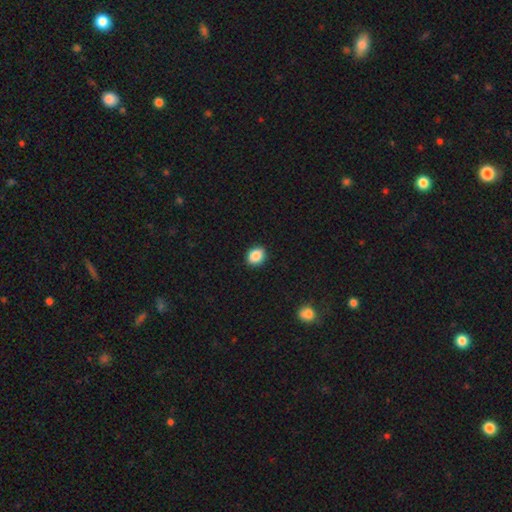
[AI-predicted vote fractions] A smooth galaxy with no disk features (86%) that is round (56%).

Vote fractions:
- Smooth or featured? smooth: 86% / star or artifact: 9% / featured or disk: 5%
- How rounded? round: 56% / in between: 43% / cigar-shaped: 1%
- Merging? none: 90% / minor disturbance: 8% / major disturbance: 2% / merger: 1%